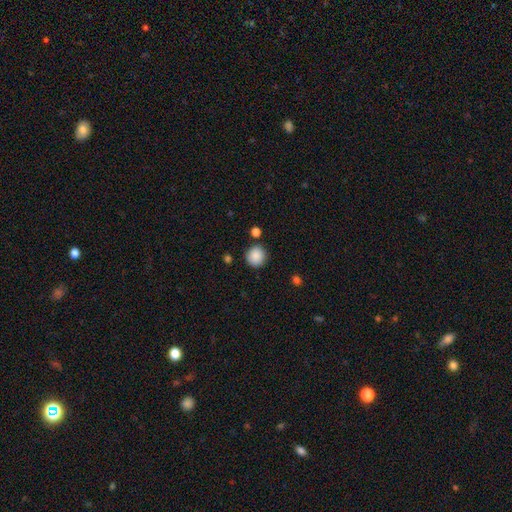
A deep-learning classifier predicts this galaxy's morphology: Smooth or featured? Predicted: smooth (p=0.88). How rounded? Predicted: round (p=0.92). Merging? Predicted: none (p=0.85).